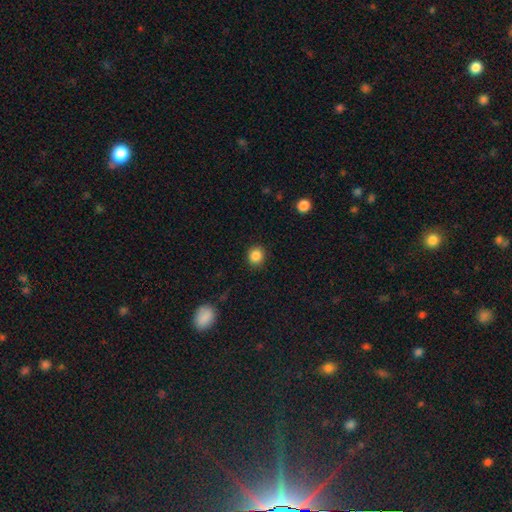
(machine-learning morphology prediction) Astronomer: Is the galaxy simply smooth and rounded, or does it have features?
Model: smooth — 86%.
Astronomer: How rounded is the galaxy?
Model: round — 86%.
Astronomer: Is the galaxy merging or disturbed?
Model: none — 90%.